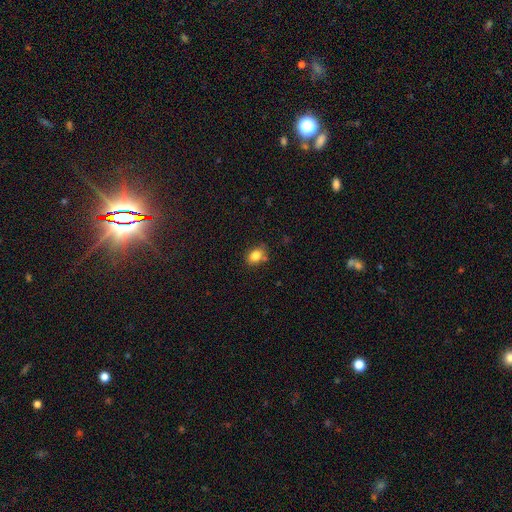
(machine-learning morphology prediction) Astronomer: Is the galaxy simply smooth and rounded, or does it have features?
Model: smooth — 83%.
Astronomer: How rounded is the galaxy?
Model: in between — 62% (runner-up: round, 37%).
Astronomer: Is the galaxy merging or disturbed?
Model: none — 73%.